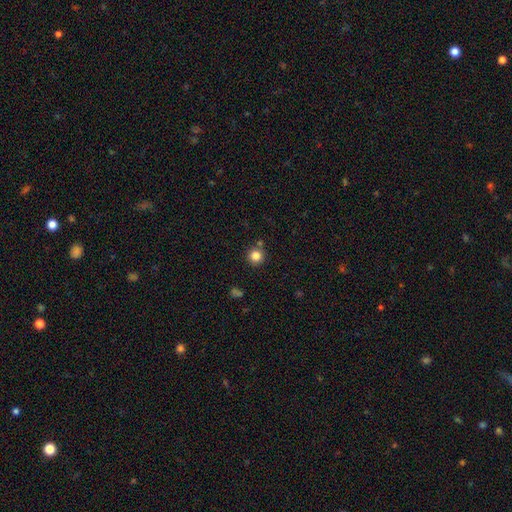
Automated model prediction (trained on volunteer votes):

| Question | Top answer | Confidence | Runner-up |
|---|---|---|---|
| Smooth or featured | smooth | 83% | star or artifact (12%) |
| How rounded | round | 94% | in between (5%) |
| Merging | none | 81% | merger (8%) |